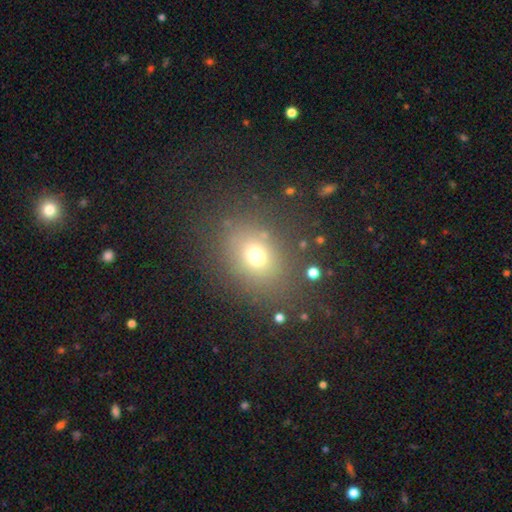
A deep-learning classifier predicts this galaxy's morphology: A smooth galaxy with no disk features (69%) that is round (51%).

Vote fractions:
- Smooth or featured? smooth: 69% / star or artifact: 19% / featured or disk: 12%
- How rounded? round: 51% / in between: 48% / cigar-shaped: 1%
- Merging? none: 79% / minor disturbance: 11% / major disturbance: 7% / merger: 3%